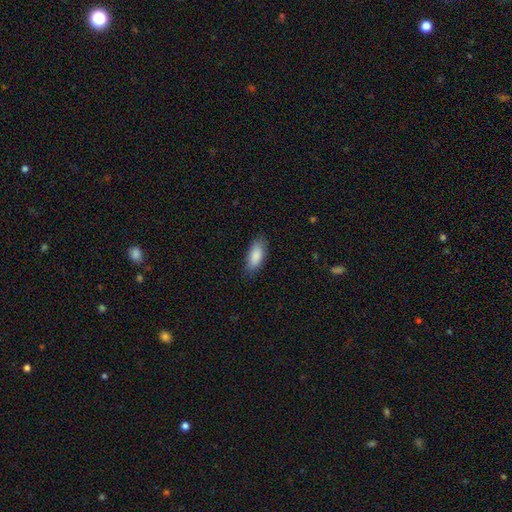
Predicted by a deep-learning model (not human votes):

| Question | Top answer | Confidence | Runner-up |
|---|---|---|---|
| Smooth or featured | smooth | 88% | star or artifact (6%) |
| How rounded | in between | 82% | cigar-shaped (16%) |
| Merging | none | 84% | minor disturbance (13%) |